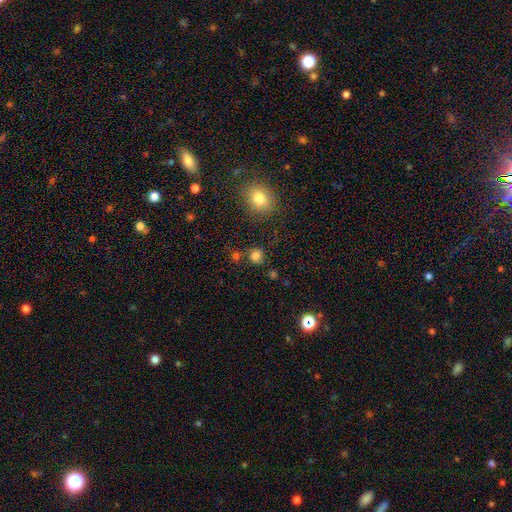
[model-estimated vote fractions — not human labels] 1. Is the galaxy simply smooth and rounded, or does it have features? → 80% smooth, 14% star or artifact, 5% featured or disk.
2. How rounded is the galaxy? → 85% round, 14% in between, 1% cigar-shaped.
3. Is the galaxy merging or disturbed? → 77% none, 11% minor disturbance, 8% merger, 4% major disturbance.